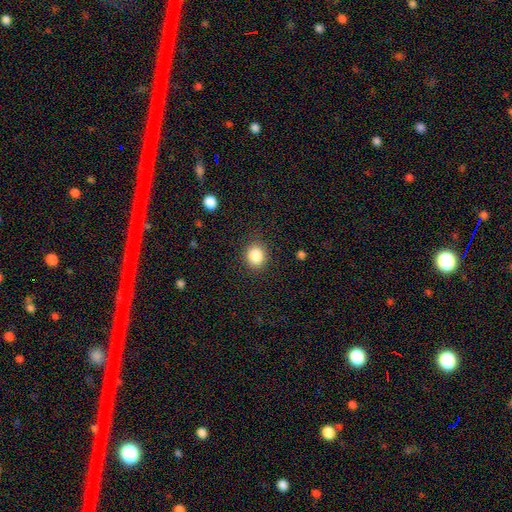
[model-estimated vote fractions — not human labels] Smooth or featured?
  - smooth: 86% *
  - star or artifact: 9%
  - featured or disk: 5%
How rounded?
  - round: 72% *
  - in between: 27%
  - cigar-shaped: 1%
Merging?
  - none: 87% *
  - minor disturbance: 9%
  - major disturbance: 3%
  - merger: 1%